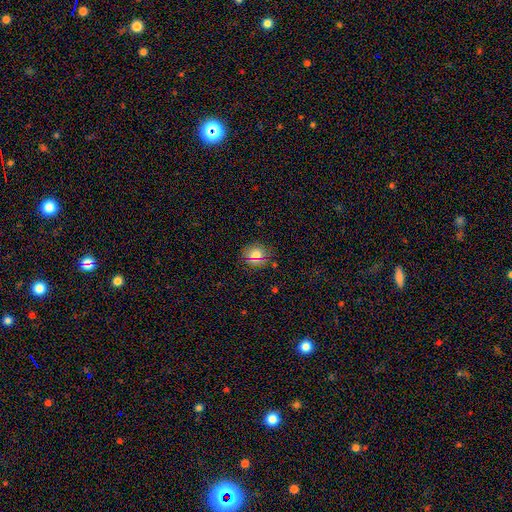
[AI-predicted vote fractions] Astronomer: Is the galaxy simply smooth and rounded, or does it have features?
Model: smooth — 70%.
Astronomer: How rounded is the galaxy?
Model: round — 79%.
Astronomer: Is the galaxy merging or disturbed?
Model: none — 85%.